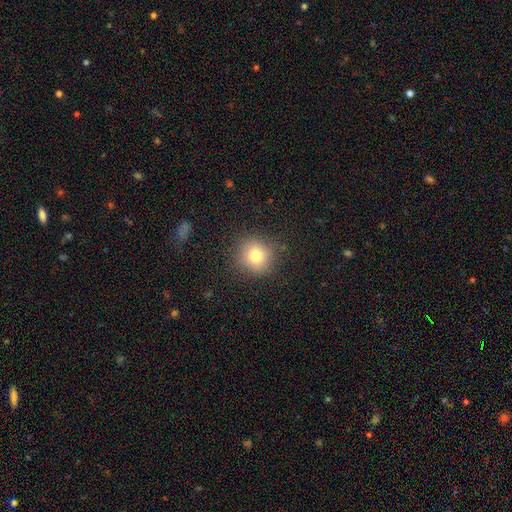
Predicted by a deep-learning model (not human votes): smooth 77%, star or artifact 13%, featured or disk 10%. Down the decision tree: how rounded — round (90%); merging — none (86%).